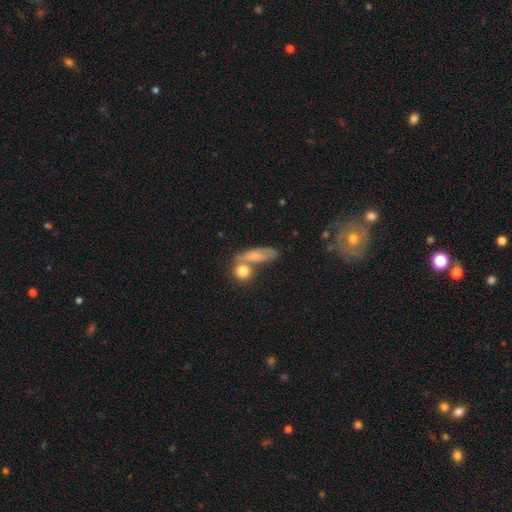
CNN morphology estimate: smooth_or_featured: smooth (p=0.65) [alt: featured or disk p=0.26]
how_rounded: in between (p=0.54) [alt: cigar-shaped p=0.32]
merging: none (p=0.45) [alt: merger p=0.31]